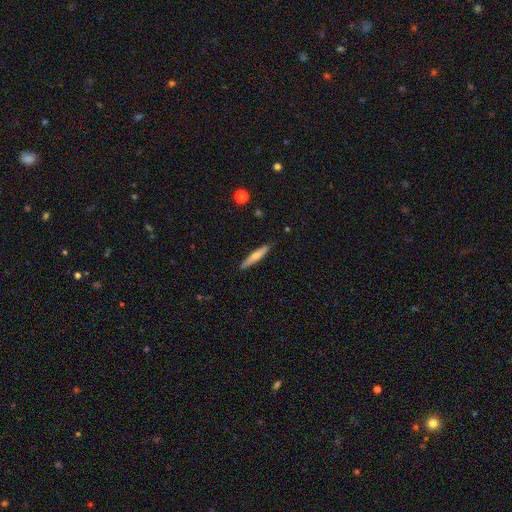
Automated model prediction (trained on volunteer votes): Q: Smooth or featured?
A: featured or disk (50%); runner-up: smooth (44%)
Q: Edge-on disk?
A: yes (95%); runner-up: no (5%)
Q: Merging?
A: none (90%); runner-up: minor disturbance (7%)